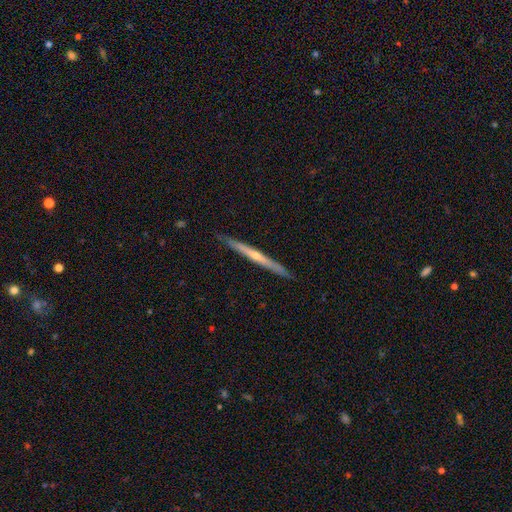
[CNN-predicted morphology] smooth_or_featured: featured or disk (p=0.68) [alt: smooth p=0.26]
disk_edge_on: yes (p=0.97) [alt: no p=0.03]
edge_on_bulge: rounded (p=0.59) [alt: none p=0.38]
merging: none (p=0.91) [alt: minor disturbance p=0.07]